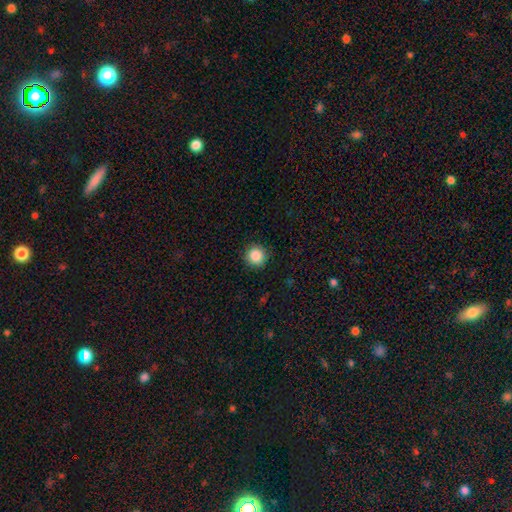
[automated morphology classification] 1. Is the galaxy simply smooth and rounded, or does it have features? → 87% smooth, 9% star or artifact, 3% featured or disk.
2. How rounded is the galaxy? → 95% round, 4% in between, 1% cigar-shaped.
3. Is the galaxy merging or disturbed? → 91% none, 6% minor disturbance, 2% major disturbance, 1% merger.